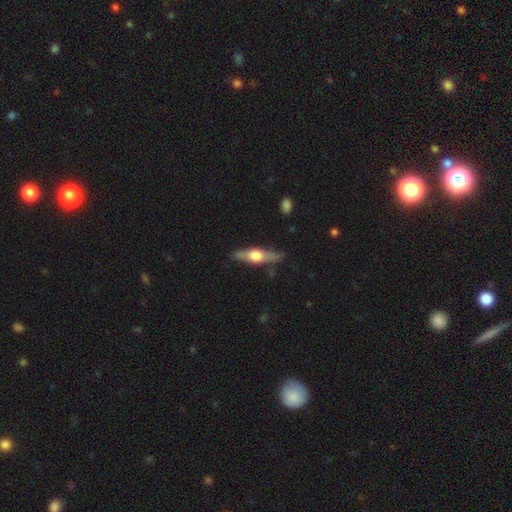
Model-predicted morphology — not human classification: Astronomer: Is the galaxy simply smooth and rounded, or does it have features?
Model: featured or disk — 64%.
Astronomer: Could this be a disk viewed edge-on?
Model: yes — 94%.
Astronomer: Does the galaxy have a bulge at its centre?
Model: rounded — 92%.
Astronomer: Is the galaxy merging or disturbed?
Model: none — 83%.